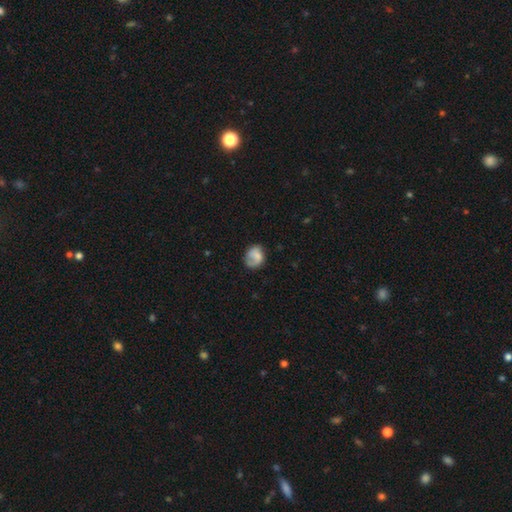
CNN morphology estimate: Q: Smooth or featured?
A: smooth (66%); runner-up: featured or disk (25%)
Q: How rounded?
A: round (56%); runner-up: in between (43%)
Q: Merging?
A: none (57%); runner-up: minor disturbance (27%)